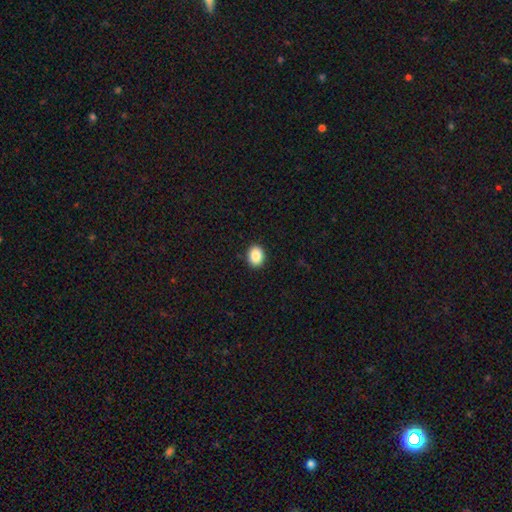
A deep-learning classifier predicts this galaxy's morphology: smooth 88%, star or artifact 8%, featured or disk 4%. Down the decision tree: how rounded — in between (55%); merging — none (91%).